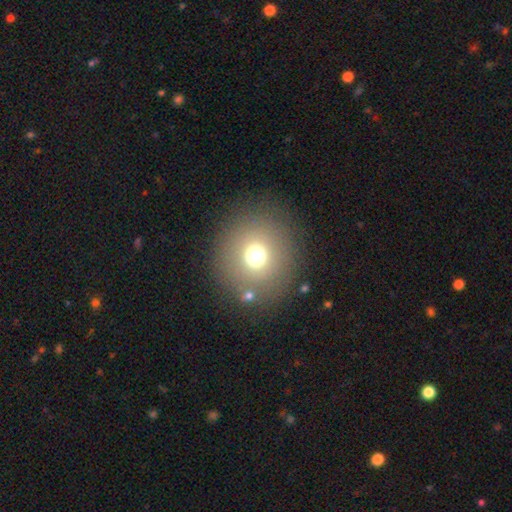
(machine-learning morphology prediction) smooth_or_featured: smooth (p=0.70) [alt: star or artifact p=0.19]
how_rounded: round (p=0.93) [alt: in between p=0.06]
merging: none (p=0.85) [alt: minor disturbance p=0.07]